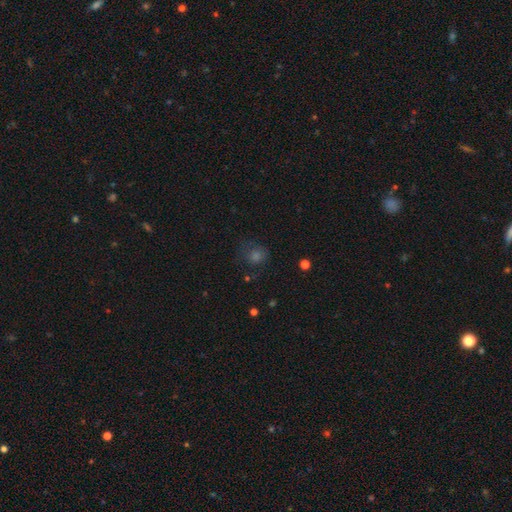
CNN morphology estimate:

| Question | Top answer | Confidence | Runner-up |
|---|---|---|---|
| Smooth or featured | smooth | 56% | star or artifact (30%) |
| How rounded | round | 77% | in between (21%) |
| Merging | none | 66% | minor disturbance (18%) |